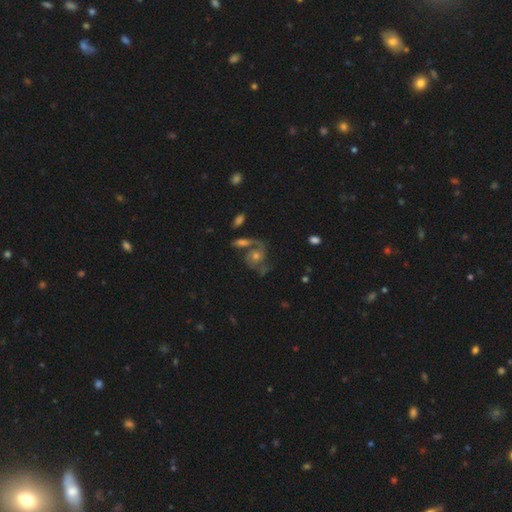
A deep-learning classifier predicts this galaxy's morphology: A featured or disk galaxy (76%) with no bar (71%), 2 (74%) medium (51%) spiral arms (92%) and a moderate central bulge (56%). Merging: none (55%).